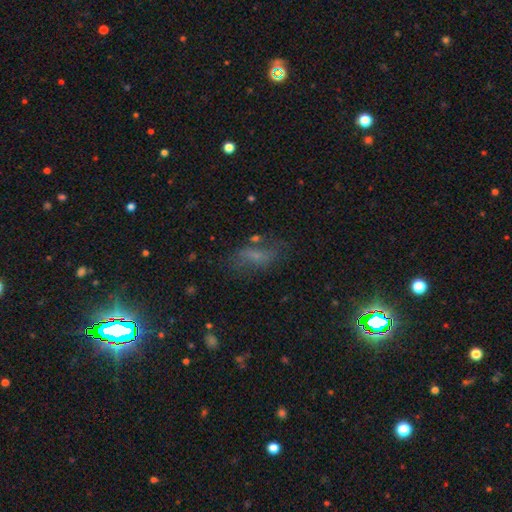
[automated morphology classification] Smooth or featured? smooth (45%)
Merging? none (56%)